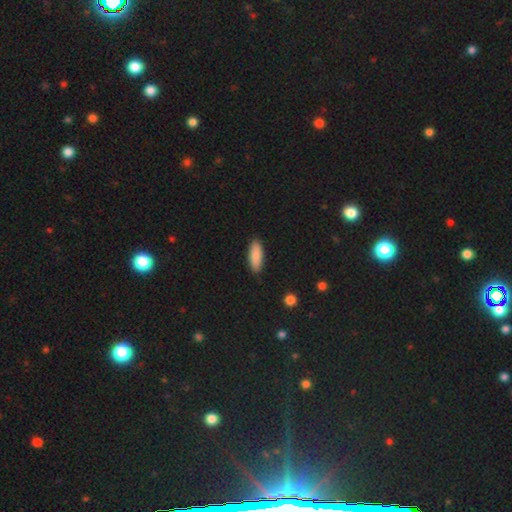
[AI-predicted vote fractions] smooth 89%, star or artifact 6%, featured or disk 6%. Down the decision tree: how rounded — in between (64%); merging — none (89%).